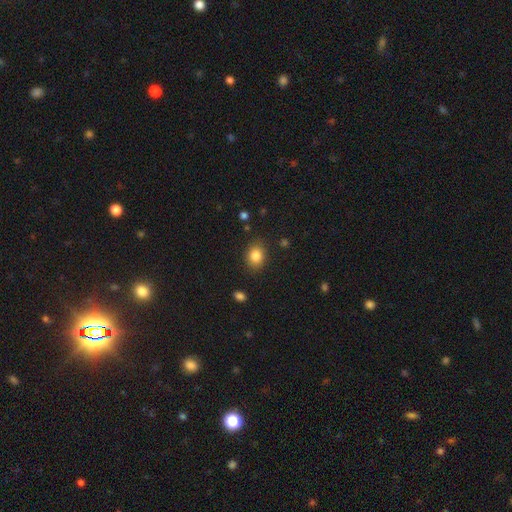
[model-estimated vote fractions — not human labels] Morphology: type=smooth (84%); roundness=round (51%); merging=none (86%).